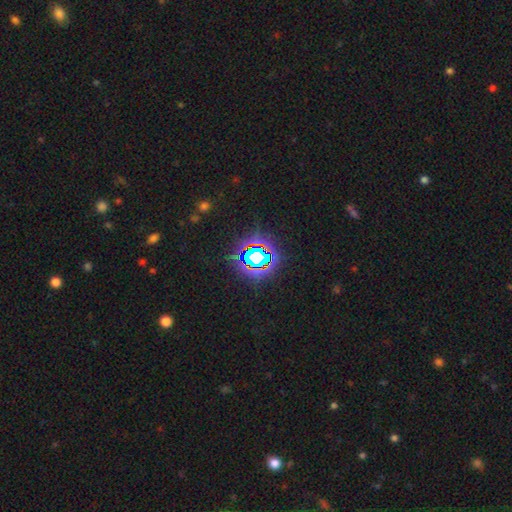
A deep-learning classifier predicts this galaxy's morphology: This appears to be a star or artifact, not a galaxy (75%).